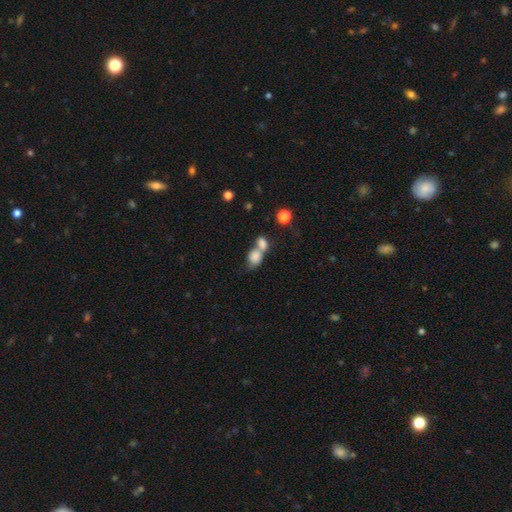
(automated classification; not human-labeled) A smooth galaxy with no disk features (80%) that is in between round and cigar-shaped (59%). Merging: merger (69%).